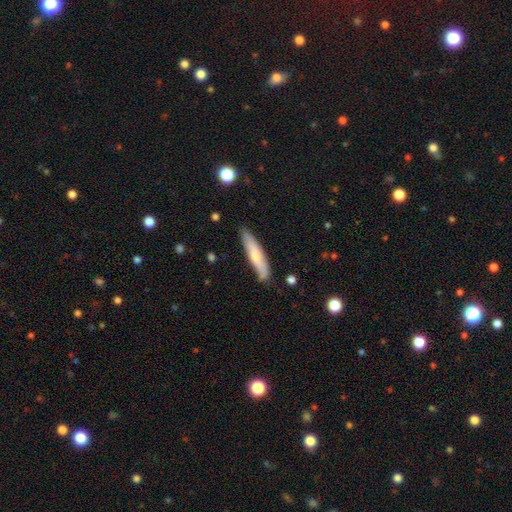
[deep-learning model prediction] A smooth galaxy with no disk features (66%) that is cigar-shaped (83%). Merging: none (81%).